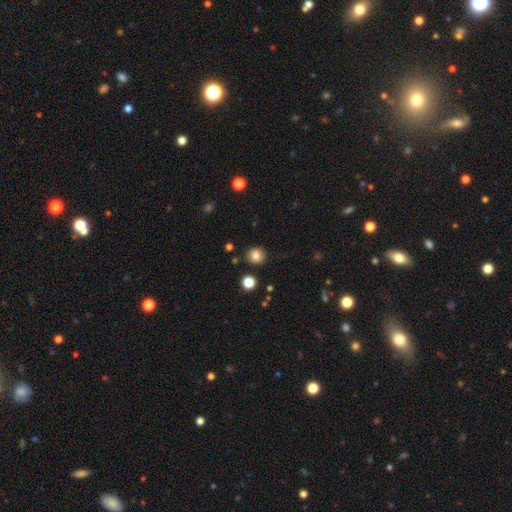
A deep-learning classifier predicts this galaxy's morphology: Smooth or featured: smooth — 82% (star or artifact — 12%)
How rounded: round — 86% (in between — 13%)
Merging: none — 88% (minor disturbance — 8%)